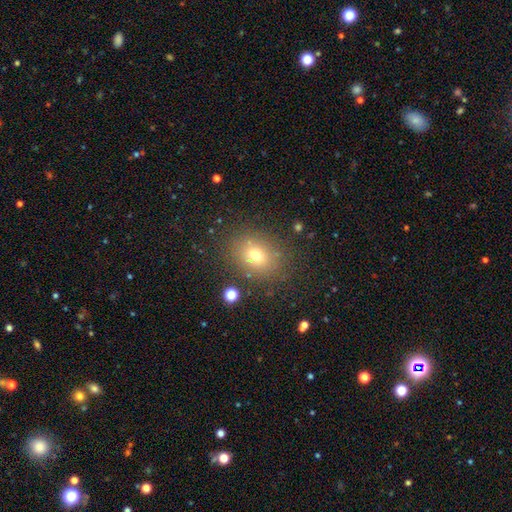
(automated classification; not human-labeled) Smooth or featured? smooth (69%)
How rounded? in between (53%)
Merging? none (81%)